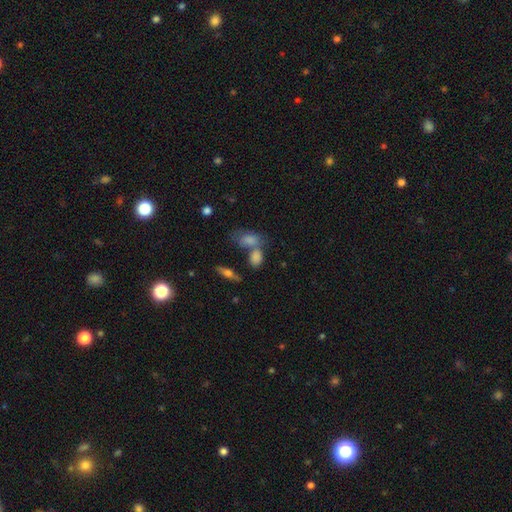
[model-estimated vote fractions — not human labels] Q: Smooth or featured?
A: smooth (65%); runner-up: featured or disk (19%)
Q: How rounded?
A: in between (72%); runner-up: round (20%)
Q: Merging?
A: none (46%); runner-up: merger (35%)